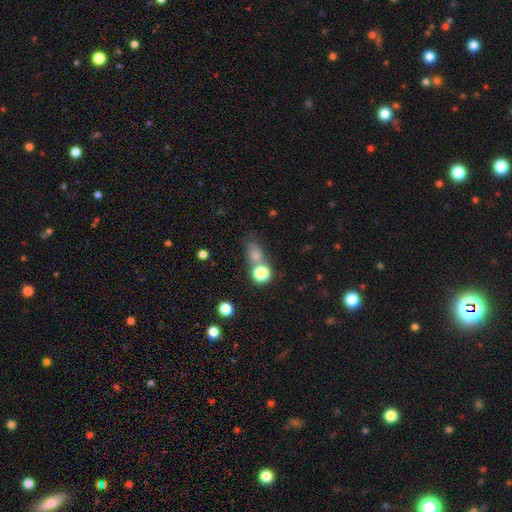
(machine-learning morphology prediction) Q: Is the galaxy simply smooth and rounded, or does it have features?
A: smooth — 72%.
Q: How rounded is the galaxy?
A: round — 50%.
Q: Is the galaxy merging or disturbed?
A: none — 47%.